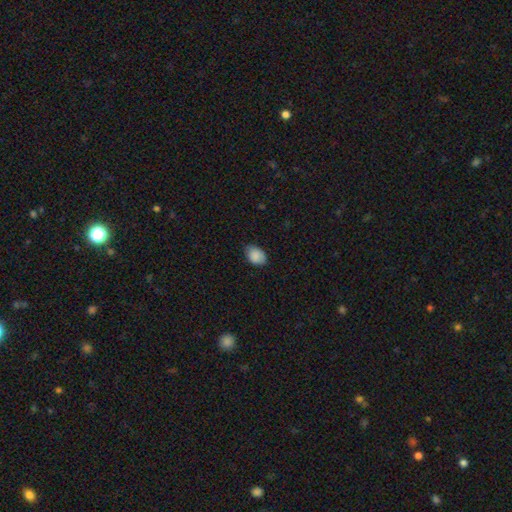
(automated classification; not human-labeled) A smooth galaxy with no disk features (87%) that is in between round and cigar-shaped (79%).

Vote fractions:
- Smooth or featured? smooth: 87% / star or artifact: 7% / featured or disk: 5%
- How rounded? in between: 79% / round: 20% / cigar-shaped: 1%
- Merging? none: 73% / minor disturbance: 22% / major disturbance: 3% / merger: 1%